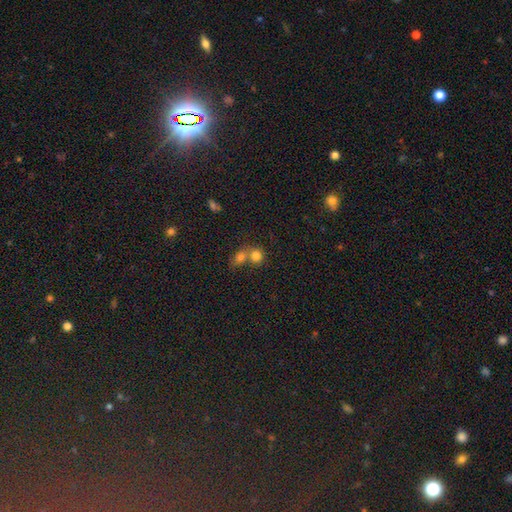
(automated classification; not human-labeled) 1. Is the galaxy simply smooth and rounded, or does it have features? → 79% smooth, 11% star or artifact, 9% featured or disk.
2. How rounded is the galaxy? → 77% round, 21% in between, 1% cigar-shaped.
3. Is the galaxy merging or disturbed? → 56% merger, 35% none, 6% minor disturbance, 3% major disturbance.